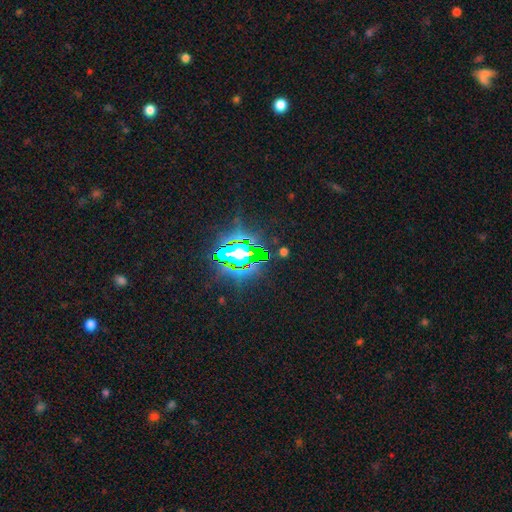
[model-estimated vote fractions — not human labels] The model was most divided on "smooth or featured": star or artifact: 84%, smooth: 9%, featured or disk: 8%.